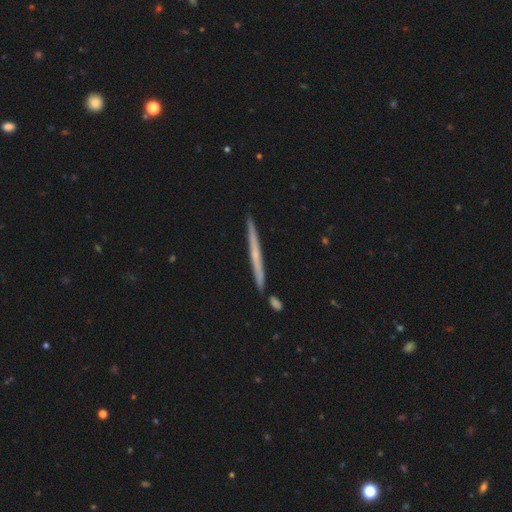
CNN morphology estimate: smooth_or_featured: featured or disk (p=0.58) [alt: smooth p=0.35]
disk_edge_on: yes (p=0.97) [alt: no p=0.03]
edge_on_bulge: none (p=0.76) [alt: rounded p=0.19]
merging: none (p=0.88) [alt: minor disturbance p=0.07]